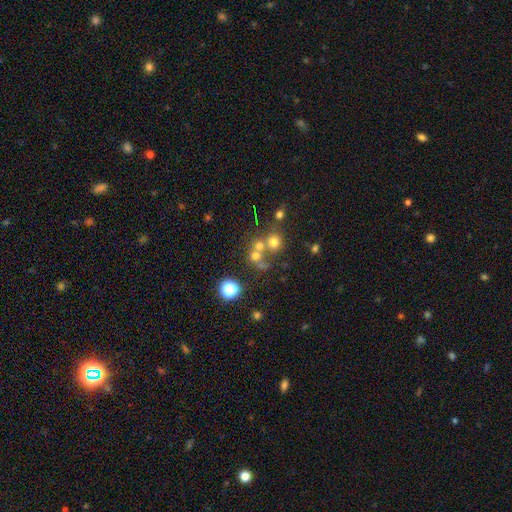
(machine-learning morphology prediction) Smooth or featured: smooth — 60% (star or artifact — 23%)
How rounded: round — 83% (in between — 16%)
Merging: none — 45% (merger — 42%)